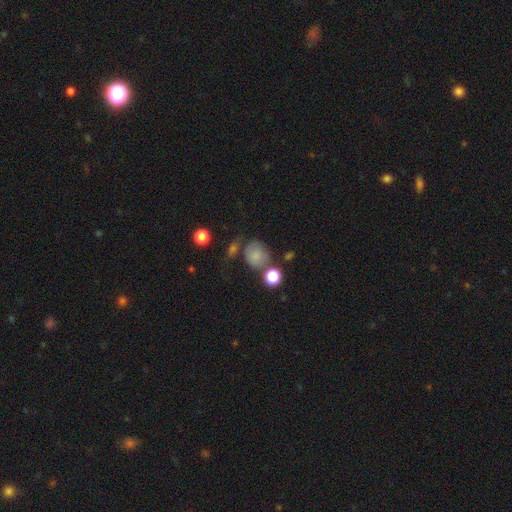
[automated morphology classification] The model was most divided on "merging": none: 54%, minor disturbance: 20%, merger: 16%, major disturbance: 9%. More confident: smooth or featured — smooth (78%); how rounded — round (69%).